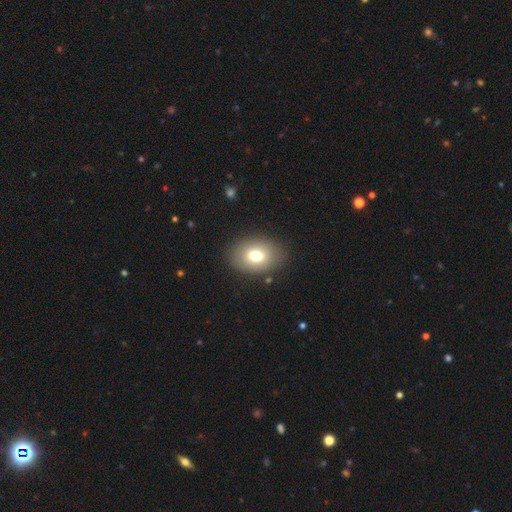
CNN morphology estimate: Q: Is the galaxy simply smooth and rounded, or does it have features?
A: smooth — 75%.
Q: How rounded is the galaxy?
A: in between — 73%.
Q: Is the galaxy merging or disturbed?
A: none — 85%.